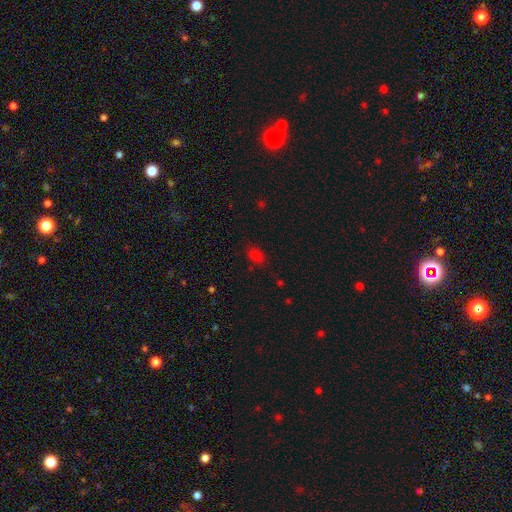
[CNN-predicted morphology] This is likely a smooth galaxy (76%). How rounded: clearly in between (86%). Merging: likely none (77%).